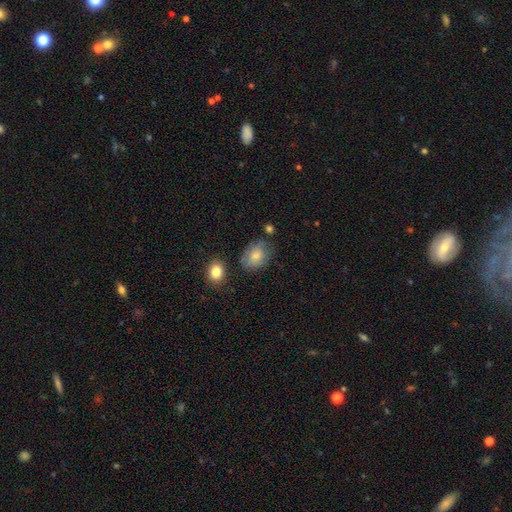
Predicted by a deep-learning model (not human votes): Q: Smooth or featured?
A: smooth (68%); runner-up: featured or disk (21%)
Q: How rounded?
A: in between (62%); runner-up: round (37%)
Q: Merging?
A: none (70%); runner-up: minor disturbance (21%)